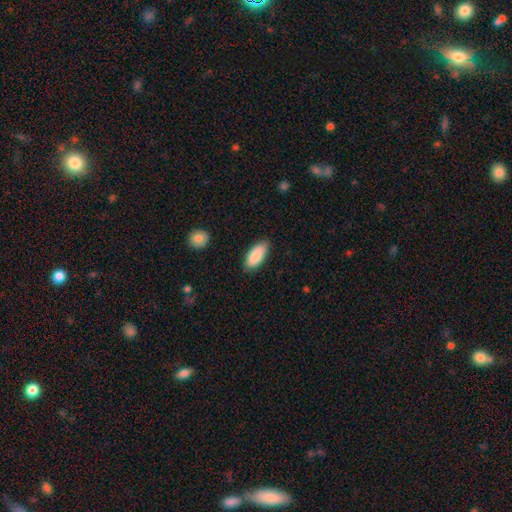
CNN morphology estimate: Smooth or featured: smooth — 88% (featured or disk — 7%)
How rounded: in between — 86% (cigar-shaped — 12%)
Merging: none — 84% (minor disturbance — 12%)